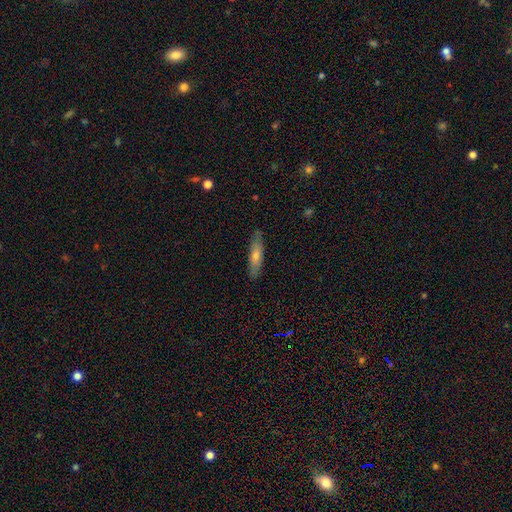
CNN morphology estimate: Smooth or featured: smooth — 56% (featured or disk — 37%)
How rounded: cigar-shaped — 76% (in between — 22%)
Merging: none — 85% (minor disturbance — 12%)